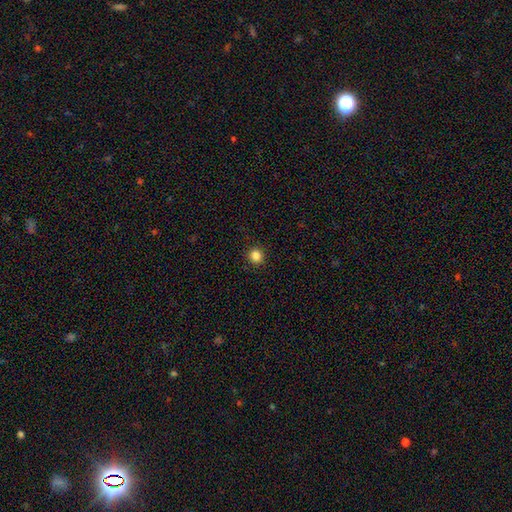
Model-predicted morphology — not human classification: smooth_or_featured: smooth (p=0.84) [alt: star or artifact p=0.12]
how_rounded: round (p=0.93) [alt: in between p=0.06]
merging: none (p=0.93) [alt: minor disturbance p=0.05]